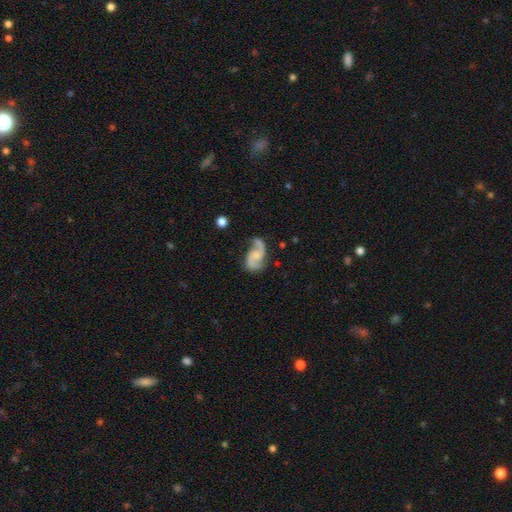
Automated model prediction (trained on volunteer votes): Overall: featured or disk (87%). Edge-on disk: no (98%). Bar: no (52%; weak 39%). Spiral arms: yes (97%). Spiral arm count: 2 (92%). Spiral winding: loose (48%; medium 42%). Bulge size: none (42%; small 35%). Merging: none (69%).